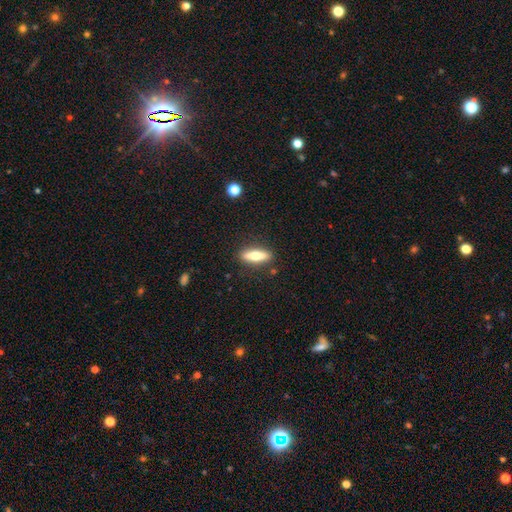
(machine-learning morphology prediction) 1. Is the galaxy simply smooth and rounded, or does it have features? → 57% smooth, 37% featured or disk, 6% star or artifact.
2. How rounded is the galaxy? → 61% cigar-shaped, 36% in between, 3% round.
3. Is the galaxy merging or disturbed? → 87% none, 9% minor disturbance, 2% major disturbance, 2% merger.